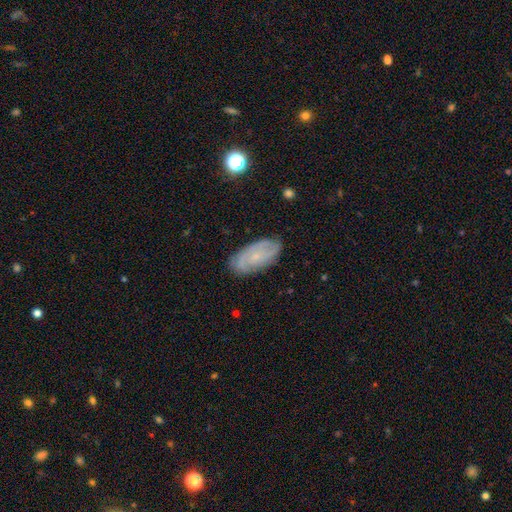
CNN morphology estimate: Smooth or featured: featured or disk — 63% (smooth — 29%)
Edge-on disk: no — 93% (yes — 7%)
Bar: no — 70% (weak — 25%)
Spiral arms: yes — 85% (no — 15%)
Spiral winding: tight — 56% (medium — 33%)
Spiral arm count: can't tell — 41% (2 — 33%)
Bulge size: small — 75% (moderate — 13%)
Merging: none — 79% (minor disturbance — 16%)